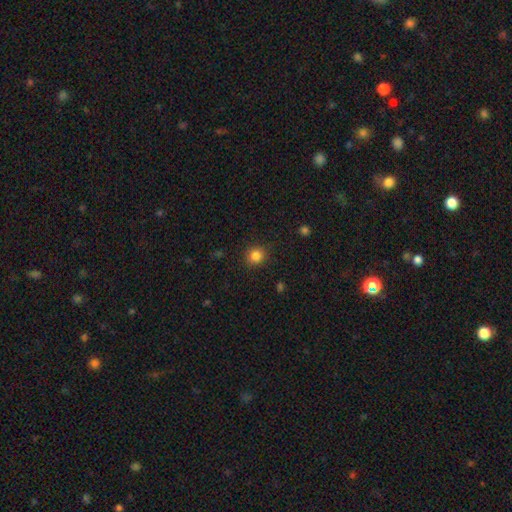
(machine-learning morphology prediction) Smooth or featured? Predicted: smooth (p=0.84). How rounded? Predicted: round (p=0.88). Merging? Predicted: none (p=0.88).